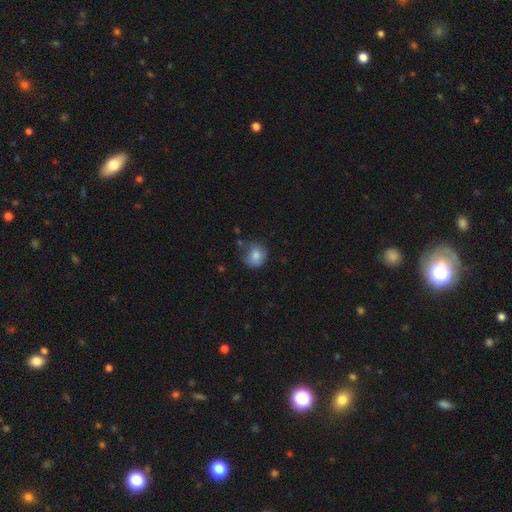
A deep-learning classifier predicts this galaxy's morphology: Smooth or featured: smooth — 79% (featured or disk — 13%)
How rounded: round — 78% (in between — 21%)
Merging: none — 52% (minor disturbance — 30%)